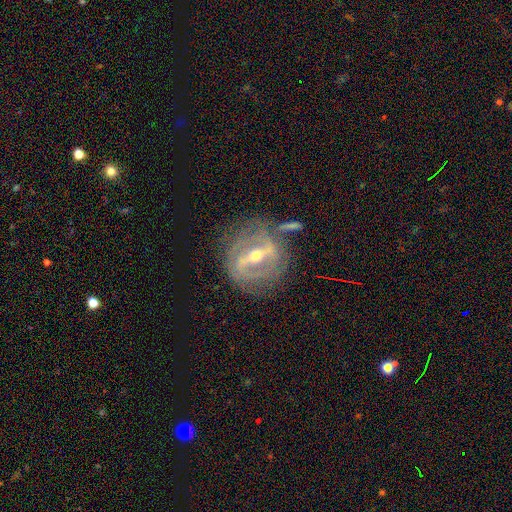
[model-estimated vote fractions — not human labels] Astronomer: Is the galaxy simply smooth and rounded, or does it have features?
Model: featured or disk — 86%.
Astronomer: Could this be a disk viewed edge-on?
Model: no — 88%.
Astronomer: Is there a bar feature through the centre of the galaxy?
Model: strong — 75%.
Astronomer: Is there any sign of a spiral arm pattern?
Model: yes — 75%.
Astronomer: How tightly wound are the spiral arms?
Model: tight — 55% (runner-up: medium, 31%).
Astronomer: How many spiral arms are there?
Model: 2 — 49% (runner-up: can't tell, 30%).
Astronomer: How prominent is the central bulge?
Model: moderate — 59% (runner-up: small, 37%).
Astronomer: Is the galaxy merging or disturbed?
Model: none — 69%.